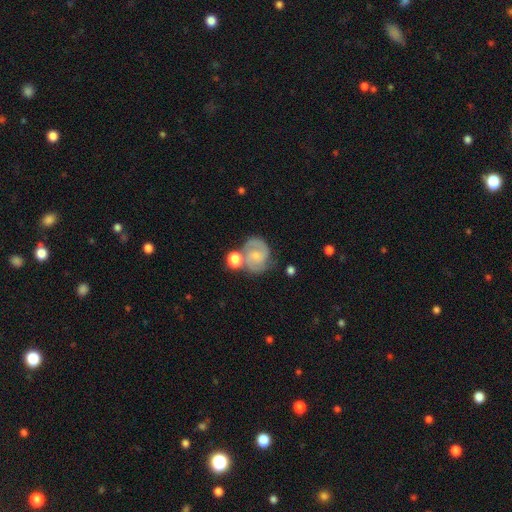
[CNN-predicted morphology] Overall: featured or disk (75%). Edge-on disk: no (98%). Bar: no (59%; weak 35%). Spiral arms: yes (94%). Spiral arm count: 2 (80%). Spiral winding: medium (49%; tight 38%). Bulge size: small (62%; moderate 26%). Merging: none (56%; merger 19%).